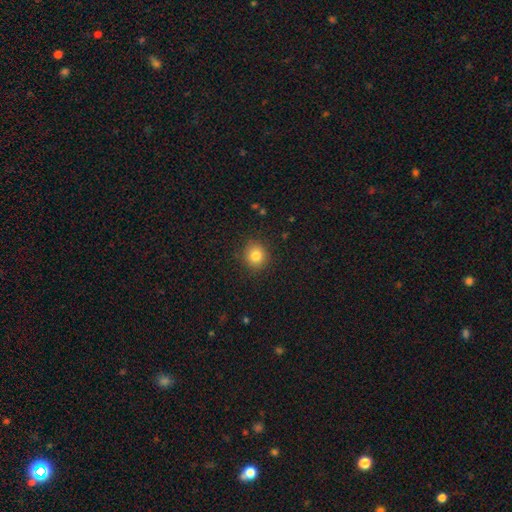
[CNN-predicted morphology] This is clearly a smooth galaxy (82%). How rounded: clearly round (87%). Merging: clearly none (88%).